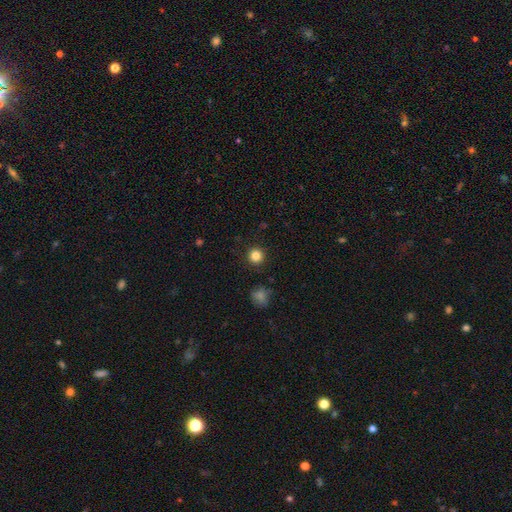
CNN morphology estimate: Q: Smooth or featured?
A: smooth (84%); runner-up: star or artifact (12%)
Q: How rounded?
A: round (94%); runner-up: in between (5%)
Q: Merging?
A: none (91%); runner-up: minor disturbance (5%)